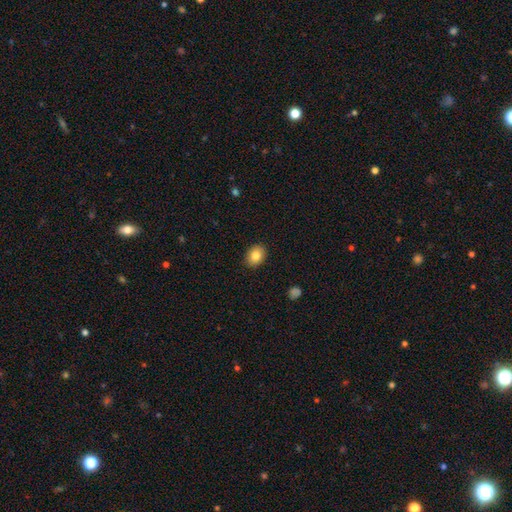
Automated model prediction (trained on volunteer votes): This is clearly a smooth galaxy (83%). How rounded: likely in between (63%). Merging: clearly none (90%).